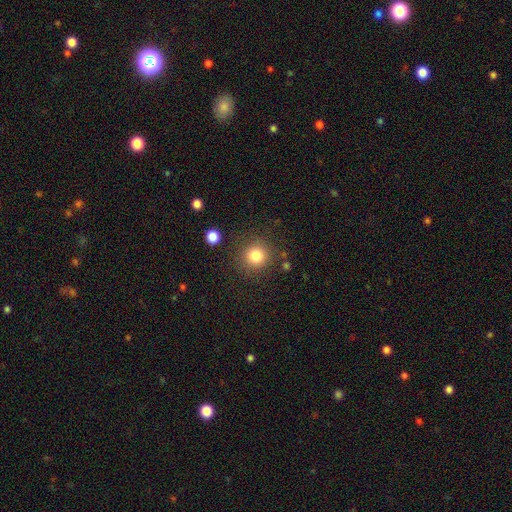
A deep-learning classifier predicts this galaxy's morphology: This is clearly a smooth galaxy (82%). How rounded: clearly round (92%). Merging: clearly none (85%).